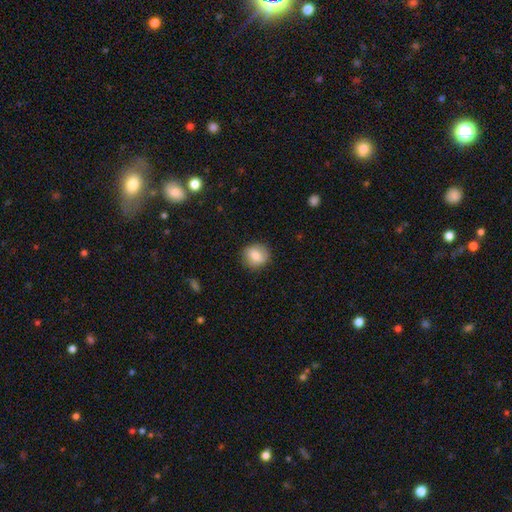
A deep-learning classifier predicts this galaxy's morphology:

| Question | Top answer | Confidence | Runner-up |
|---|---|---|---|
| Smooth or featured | smooth | 77% | featured or disk (15%) |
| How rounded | round | 82% | in between (17%) |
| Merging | none | 86% | minor disturbance (10%) |